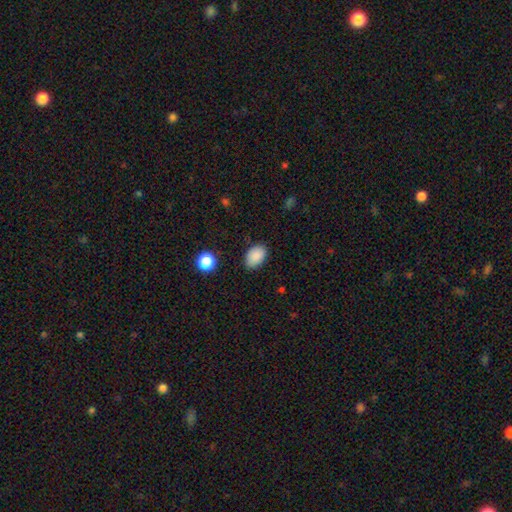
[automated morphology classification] Smooth or featured? Predicted: smooth (p=0.88). How rounded? Predicted: in between (p=0.86). Merging? Predicted: none (p=0.82).